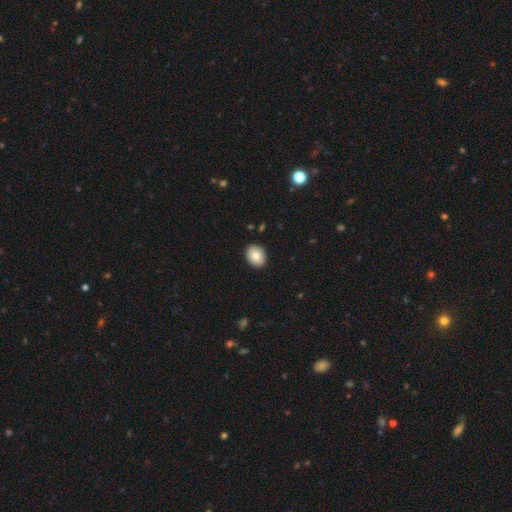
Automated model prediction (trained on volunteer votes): Smooth or featured? Predicted: smooth (p=0.81). How rounded? Predicted: in between (p=0.65). Merging? Predicted: none (p=0.90).